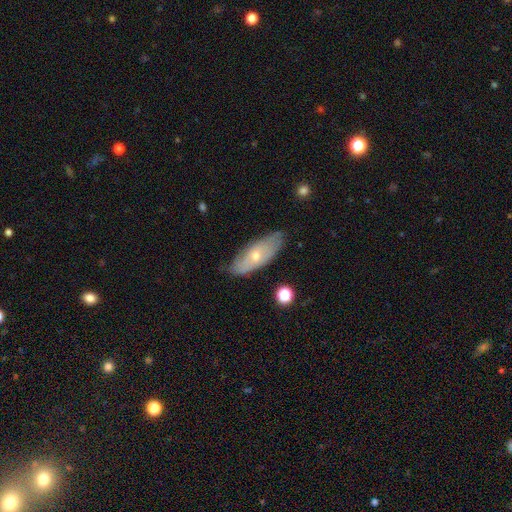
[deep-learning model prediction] The model was most divided on "smooth or featured": featured or disk: 55%, smooth: 38%, star or artifact: 7%. More confident: edge-on disk — no (77%); merging — none (74%).